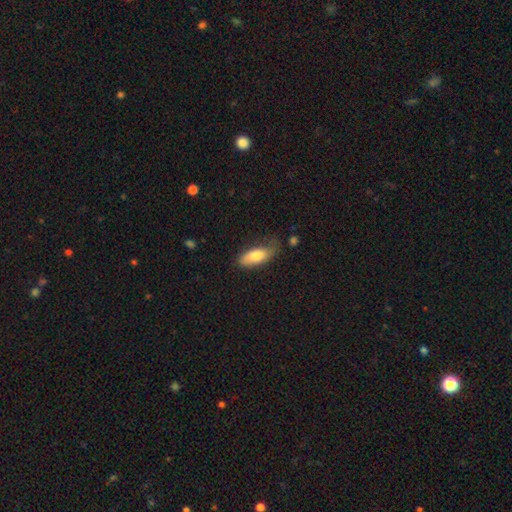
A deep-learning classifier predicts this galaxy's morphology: A smooth galaxy with no disk features (80%) that is in between round and cigar-shaped (82%).

Vote fractions:
- Smooth or featured? smooth: 80% / featured or disk: 14% / star or artifact: 6%
- How rounded? in between: 82% / cigar-shaped: 16% / round: 2%
- Merging? none: 49% / minor disturbance: 34% / major disturbance: 14% / merger: 3%